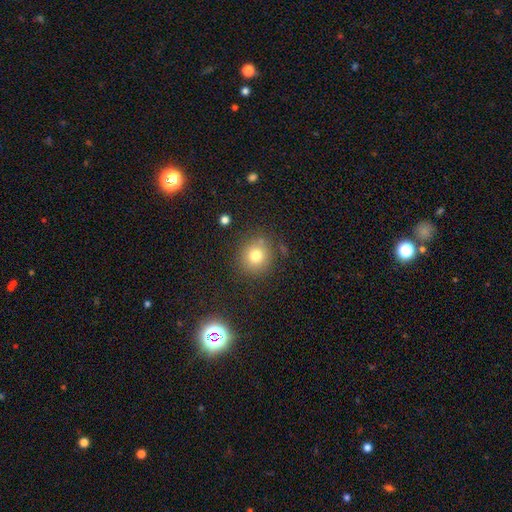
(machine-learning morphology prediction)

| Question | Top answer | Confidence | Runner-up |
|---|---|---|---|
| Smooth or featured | smooth | 77% | star or artifact (14%) |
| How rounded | round | 88% | in between (11%) |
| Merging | none | 82% | minor disturbance (11%) |